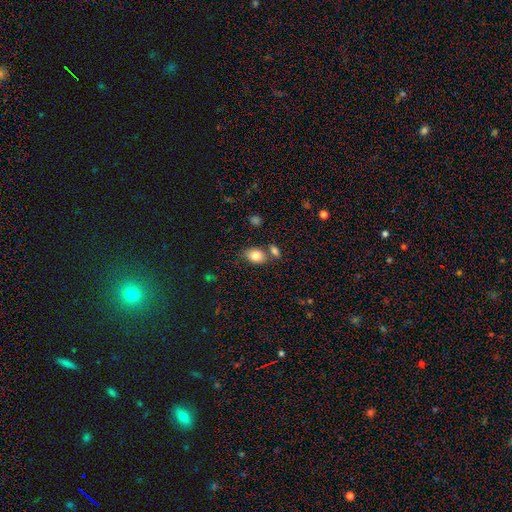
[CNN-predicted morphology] This appears to be a smooth galaxy with no disk features (83%) that is in between round and cigar-shaped (80%). Merging: none (66%).